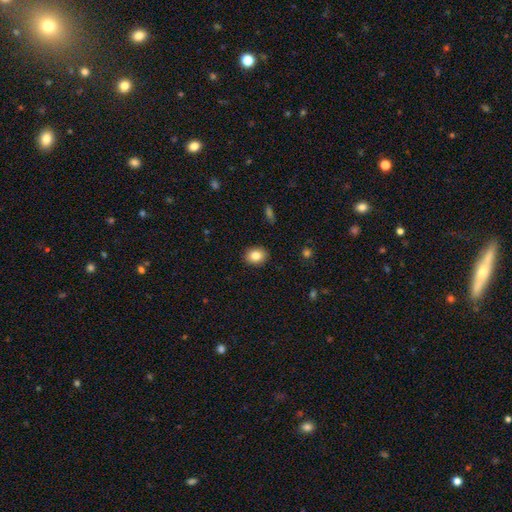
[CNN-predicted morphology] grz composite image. It shows a smooth galaxy with no disk features (83%) that is in between round and cigar-shaped (53%). Merging: none (90%).